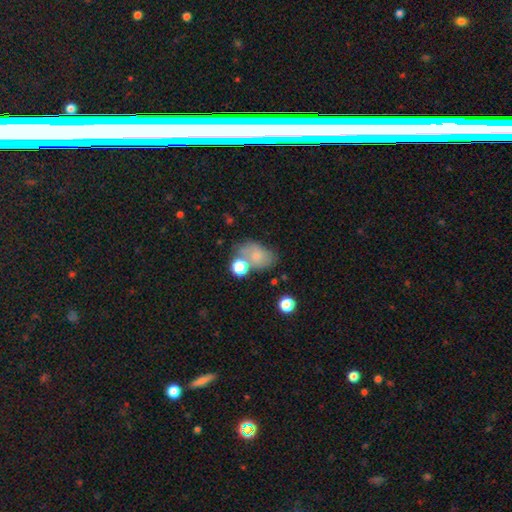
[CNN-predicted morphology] Q: Smooth or featured?
A: smooth (68%); runner-up: featured or disk (20%)
Q: How rounded?
A: in between (76%); runner-up: round (22%)
Q: Merging?
A: none (44%); runner-up: merger (22%)